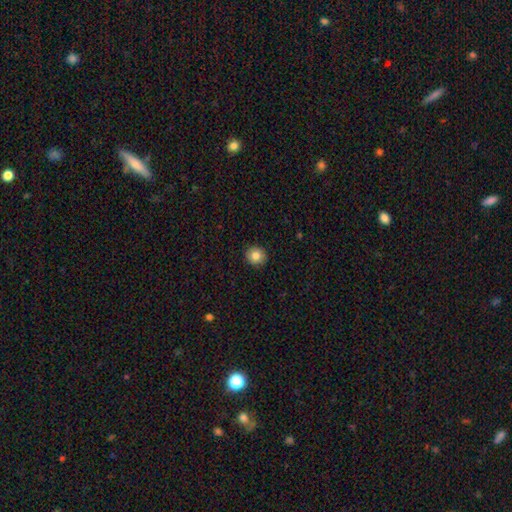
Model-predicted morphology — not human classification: Smooth or featured? smooth (83%)
How rounded? round (89%)
Merging? none (91%)